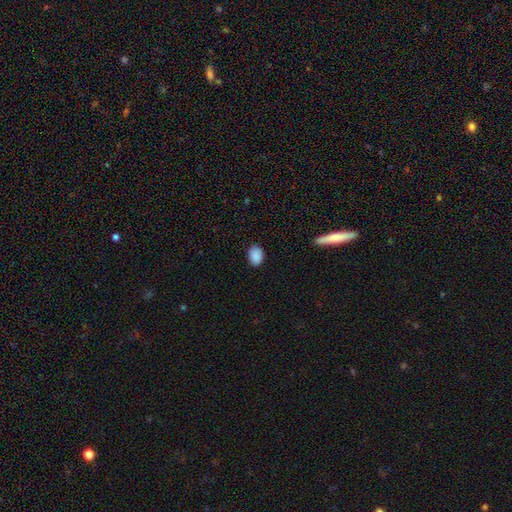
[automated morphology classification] smooth-or-featured: smooth: 89% | star or artifact: 7% | featured or disk: 3%
  how-rounded: in between: 80% | round: 19% | cigar-shaped: 1%
  merging: none: 85% | minor disturbance: 11% | major disturbance: 2% | merger: 1%